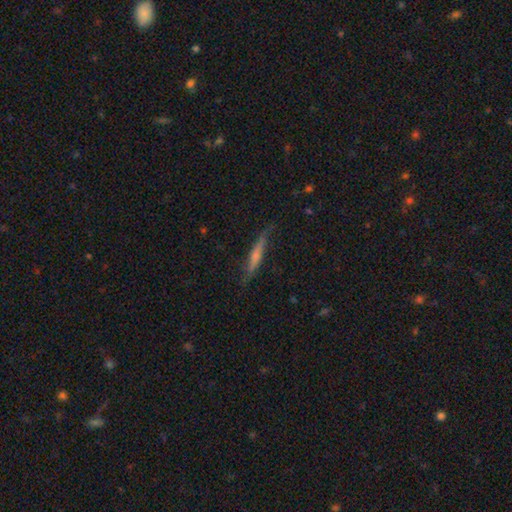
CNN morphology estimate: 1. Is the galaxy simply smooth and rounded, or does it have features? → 54% featured or disk, 38% smooth, 8% star or artifact.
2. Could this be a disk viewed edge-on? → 89% yes, 11% no.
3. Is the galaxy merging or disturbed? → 76% none, 18% minor disturbance, 4% major disturbance, 2% merger.